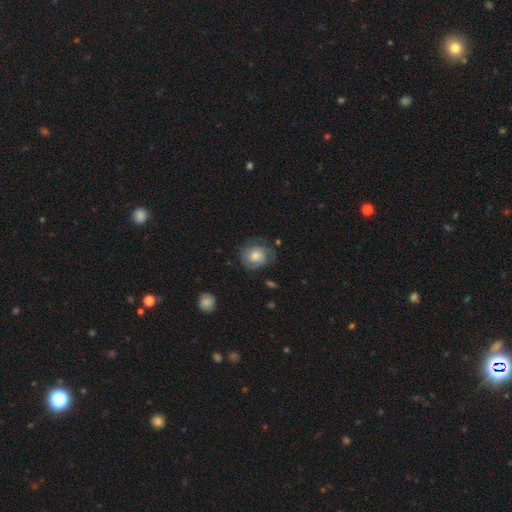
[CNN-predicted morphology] Smooth or featured? Predicted: smooth (p=0.57). How rounded? Predicted: round (p=0.78). Merging? Predicted: none (p=0.62).